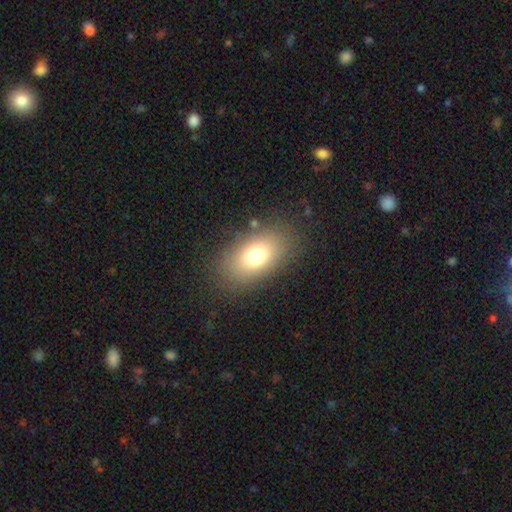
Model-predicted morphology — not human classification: Smooth or featured? Predicted: smooth (p=0.74). How rounded? Predicted: in between (p=0.87). Merging? Predicted: none (p=0.83).